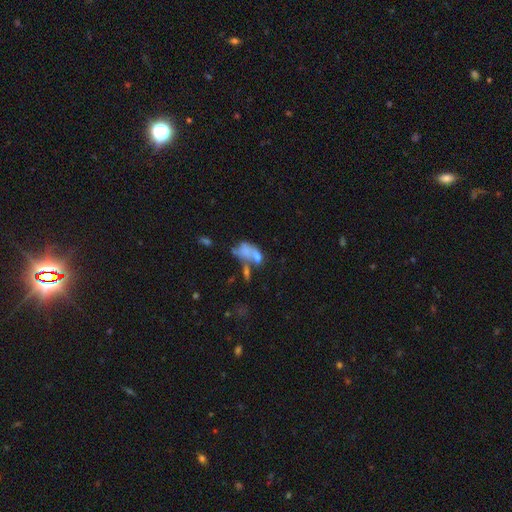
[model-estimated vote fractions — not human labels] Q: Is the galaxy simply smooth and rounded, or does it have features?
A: smooth — 50%.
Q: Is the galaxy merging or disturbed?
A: merger — 47%.